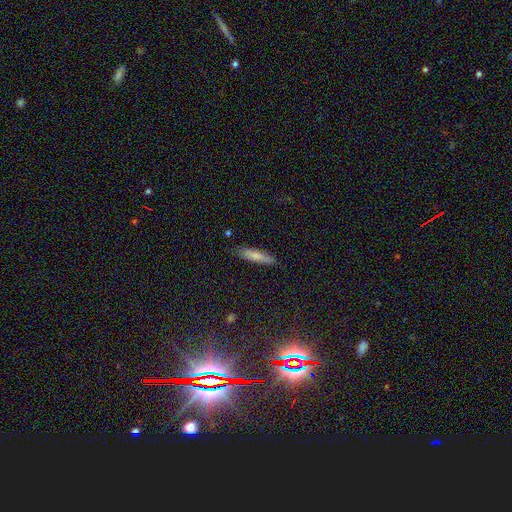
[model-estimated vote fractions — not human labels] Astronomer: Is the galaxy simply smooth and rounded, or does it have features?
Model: smooth — 77%.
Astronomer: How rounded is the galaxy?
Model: cigar-shaped — 76%.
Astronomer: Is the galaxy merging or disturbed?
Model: none — 82%.